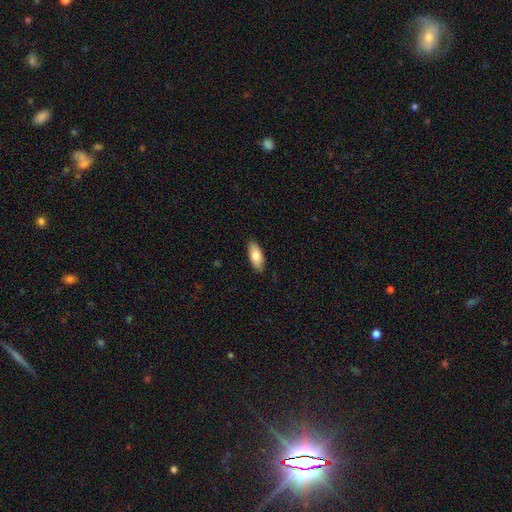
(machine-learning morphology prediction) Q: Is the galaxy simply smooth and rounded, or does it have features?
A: smooth — 78%.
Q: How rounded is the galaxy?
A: in between — 85%.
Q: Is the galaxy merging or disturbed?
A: none — 88%.